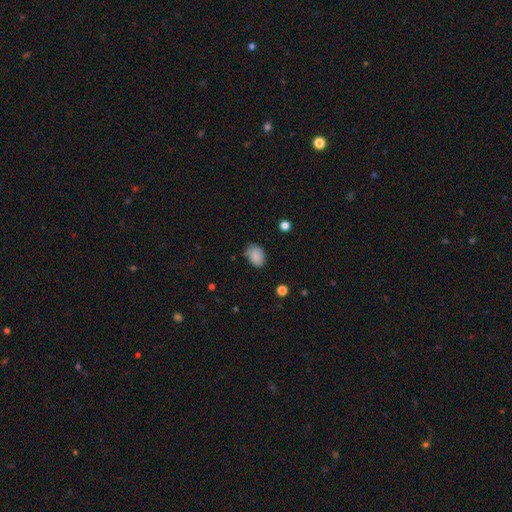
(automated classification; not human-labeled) Smooth or featured? Predicted: smooth (p=0.86). How rounded? Predicted: in between (p=0.73). Merging? Predicted: none (p=0.66).